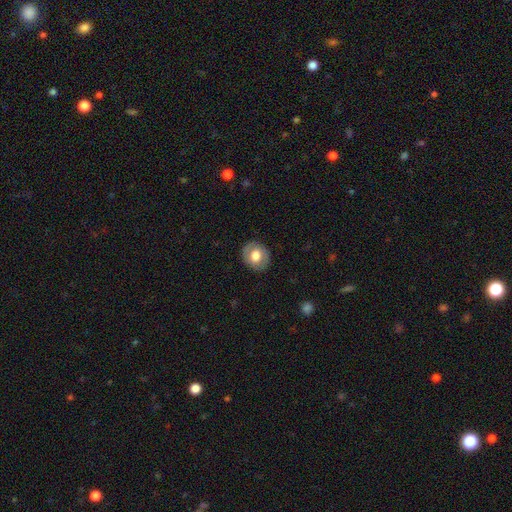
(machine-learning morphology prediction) smooth 65%, featured or disk 28%, star or artifact 7%. Down the decision tree: how rounded — round (66%); merging — none (86%).